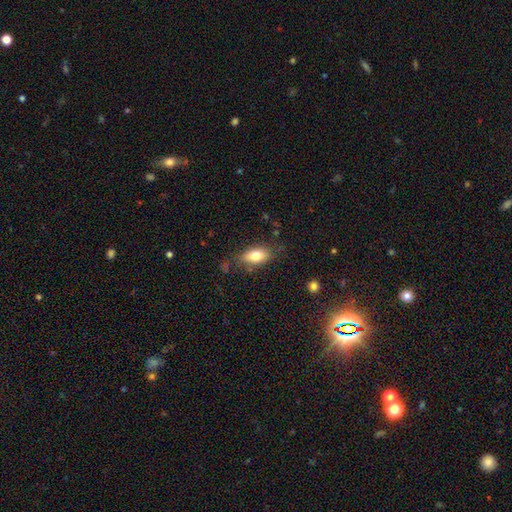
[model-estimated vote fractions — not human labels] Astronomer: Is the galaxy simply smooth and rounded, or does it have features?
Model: smooth — 77%.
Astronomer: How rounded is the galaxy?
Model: in between — 87%.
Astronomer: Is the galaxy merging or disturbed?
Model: none — 75%.